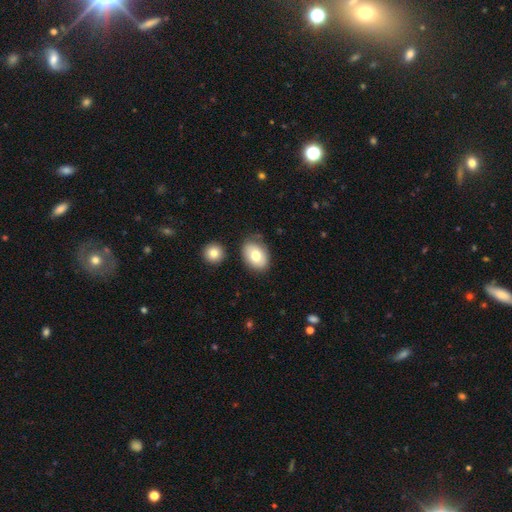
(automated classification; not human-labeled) Smooth or featured: smooth — 75% (featured or disk — 18%)
How rounded: in between — 77% (round — 22%)
Merging: none — 78% (minor disturbance — 14%)